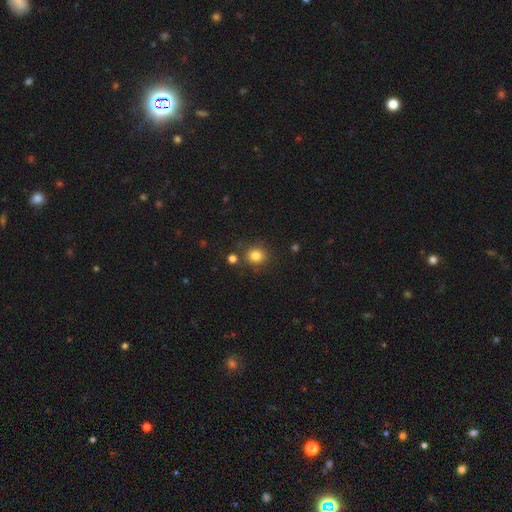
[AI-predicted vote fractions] Smooth or featured? Predicted: smooth (p=0.82). How rounded? Predicted: round (p=0.83). Merging? Predicted: none (p=0.81).